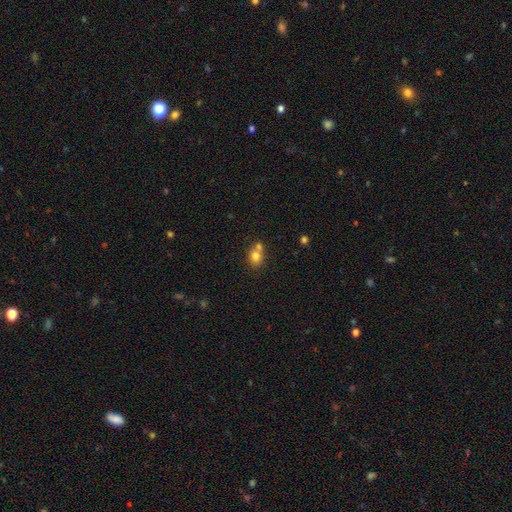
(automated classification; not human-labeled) Q: Smooth or featured?
A: smooth (77%); runner-up: star or artifact (12%)
Q: How rounded?
A: round (63%); runner-up: in between (36%)
Q: Merging?
A: none (44%); runner-up: merger (43%)